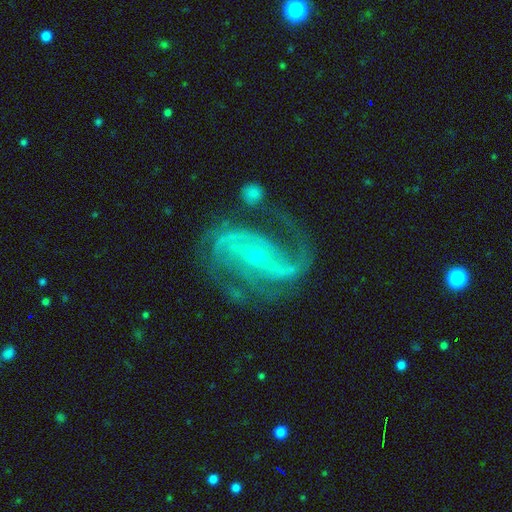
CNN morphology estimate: Q: Smooth or featured?
A: featured or disk (91%); runner-up: star or artifact (6%)
Q: Edge-on disk?
A: no (97%); runner-up: yes (3%)
Q: Bar?
A: strong (54%); runner-up: weak (29%)
Q: Spiral arms?
A: yes (97%); runner-up: no (3%)
Q: Spiral winding?
A: medium (50%); runner-up: loose (28%)
Q: Spiral arm count?
A: 2 (64%); runner-up: 3 (12%)
Q: Bulge size?
A: small (84%); runner-up: moderate (13%)
Q: Merging?
A: none (58%); runner-up: minor disturbance (19%)